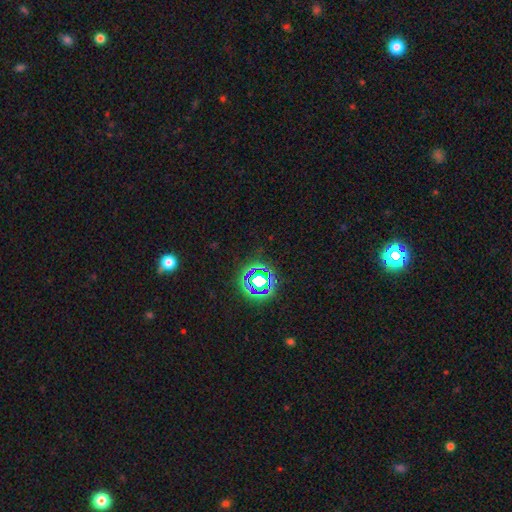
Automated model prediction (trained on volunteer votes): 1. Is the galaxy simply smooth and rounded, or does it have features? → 76% star or artifact, 16% smooth, 8% featured or disk.